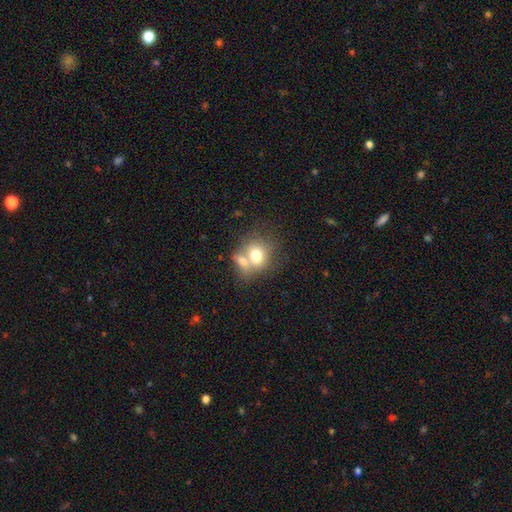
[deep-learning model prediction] Morphology: type=smooth (72%); roundness=round (64%); merging=merger (55%).